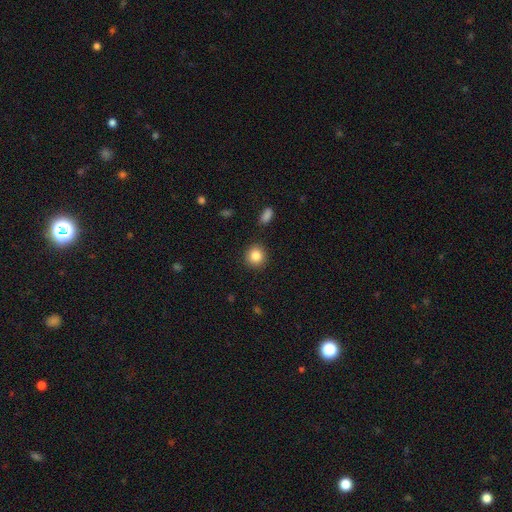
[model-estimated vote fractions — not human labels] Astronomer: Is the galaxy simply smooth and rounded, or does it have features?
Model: smooth — 86%.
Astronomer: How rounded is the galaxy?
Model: round — 89%.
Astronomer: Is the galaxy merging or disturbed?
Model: none — 89%.